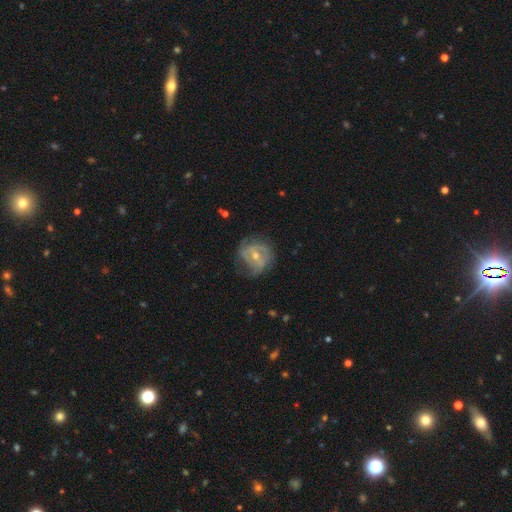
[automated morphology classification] A featured or disk galaxy (78%) with a weak bar (43%), 2 (41%) medium (41%, tied with tight) spiral arms (88%) and a moderate central bulge (56%).

Vote fractions:
- Smooth or featured? featured or disk: 78% / smooth: 16% / star or artifact: 6%
- Edge-on disk? no: 97% / yes: 3%
- Bar? weak: 43% / no: 40% / strong: 17%
- Spiral arms? yes: 88% / no: 12%
- Spiral winding? medium: 41% (tied) / tight: 41% (tied) / loose: 17%
- Spiral arm count? 2: 41% / can't tell: 24% / 3: 22% / 1: 5% / 4: 4% / more than 4: 3%
- Bulge size? moderate: 56% / small: 40% / large: 2% / none: 1% / dominant: 1%
- Merging? none: 63% / minor disturbance: 24% / major disturbance: 12% / merger: 1%